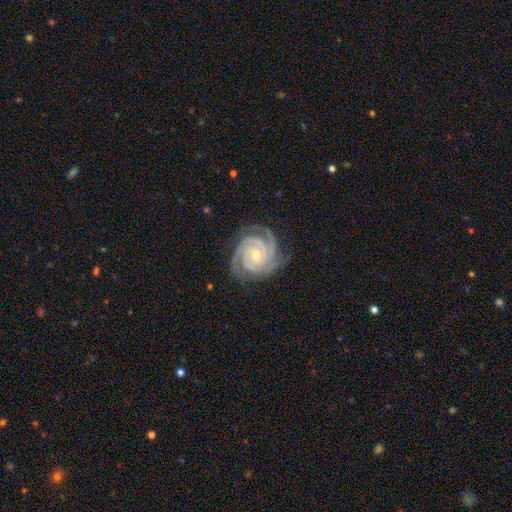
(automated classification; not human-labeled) smooth-or-featured: featured or disk: 93% | star or artifact: 4% | smooth: 3%
  disk-edge-on: no: 98% | yes: 2%
    bar: no: 66% | weak: 25% | strong: 9%
    has-spiral-arms: yes: 99% | no: 1%
      spiral-winding: tight: 81% | medium: 17% | loose: 2%
      spiral-arm-count: 3: 41% | 4: 30% | 2: 10% | can't tell: 8% | more than 4: 6% | 1: 5%
    bulge-size: small: 66% | moderate: 31% | none: 1% | large: 1% | dominant: 1%
  merging: none: 81% | minor disturbance: 14% | major disturbance: 4% | merger: 1%